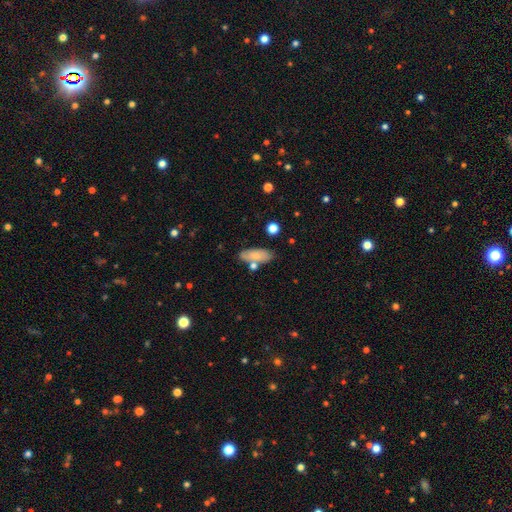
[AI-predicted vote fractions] Smooth or featured? Predicted: smooth (p=0.76). How rounded? Predicted: in between (p=0.78). Merging? Predicted: none (p=0.71).